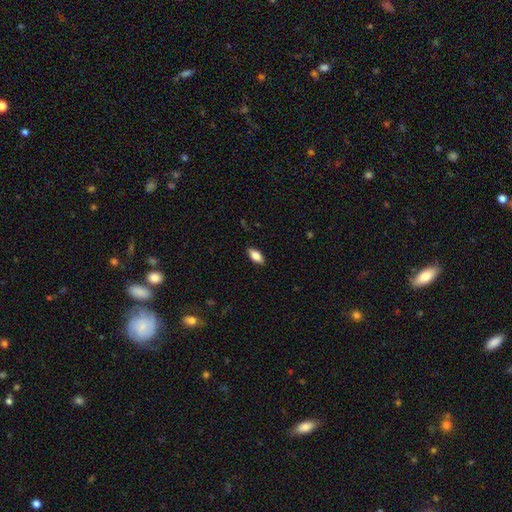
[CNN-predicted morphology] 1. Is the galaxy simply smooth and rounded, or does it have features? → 80% smooth, 13% featured or disk, 7% star or artifact.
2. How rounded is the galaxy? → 86% in between, 11% cigar-shaped, 3% round.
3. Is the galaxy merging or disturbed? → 87% none, 10% minor disturbance, 2% major disturbance, 1% merger.